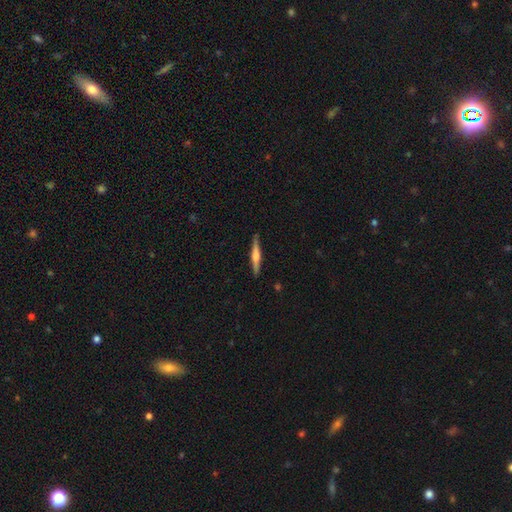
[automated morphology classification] smooth_or_featured: featured or disk (p=0.63) [alt: smooth p=0.31]
disk_edge_on: yes (p=0.98) [alt: no p=0.02]
edge_on_bulge: rounded (p=0.73) [alt: boxy p=0.18]
merging: none (p=0.90) [alt: minor disturbance p=0.08]